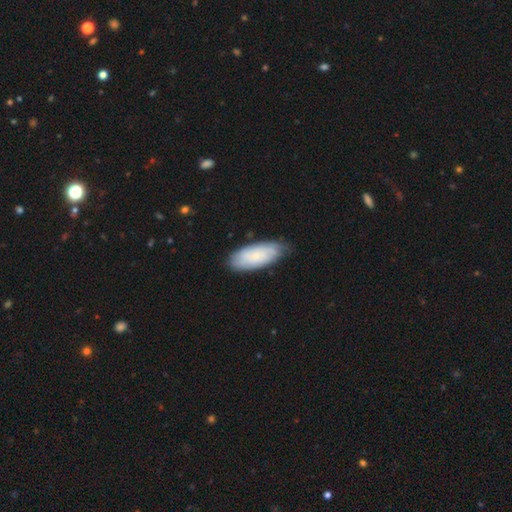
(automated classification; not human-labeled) smooth-or-featured: smooth: 61% | featured or disk: 32% | star or artifact: 7%
  how-rounded: in between: 84% | cigar-shaped: 14% | round: 2%
  merging: none: 74% | minor disturbance: 21% | major disturbance: 4% | merger: 1%